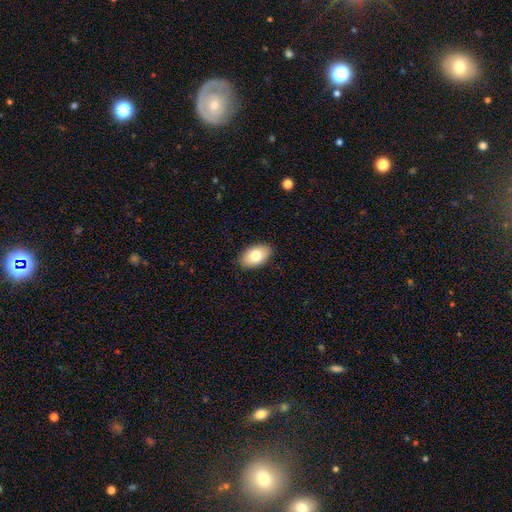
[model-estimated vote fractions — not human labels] smooth-or-featured: smooth: 78% | featured or disk: 16% | star or artifact: 7%
  how-rounded: in between: 92% | round: 7% | cigar-shaped: 1%
  merging: none: 88% | minor disturbance: 9% | major disturbance: 2% | merger: 1%